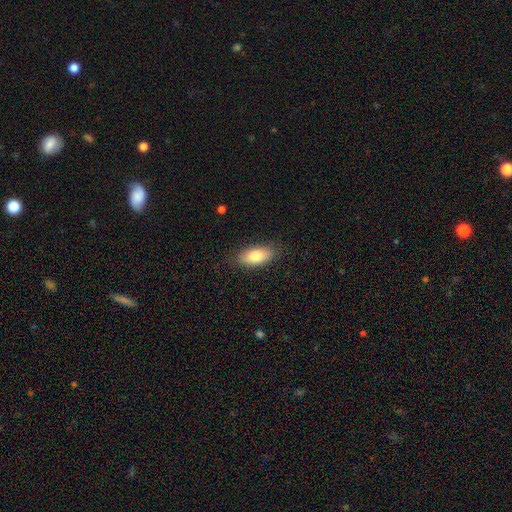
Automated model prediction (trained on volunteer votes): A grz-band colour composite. It shows a smooth galaxy with no disk features (79%) that is in between round and cigar-shaped (83%). Merging: none (85%).